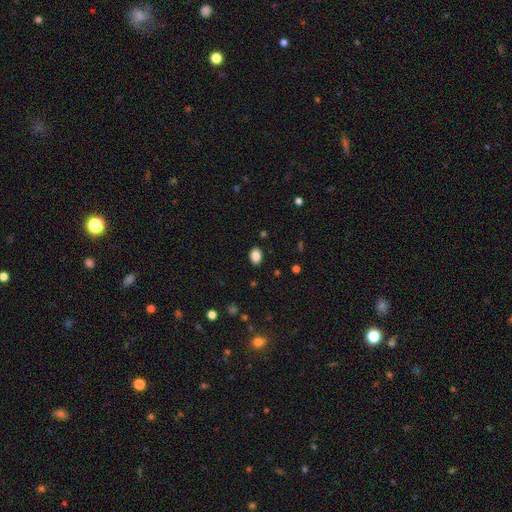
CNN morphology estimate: A smooth galaxy with no disk features (88%) that is in between round and cigar-shaped (80%). Merging: none (88%).